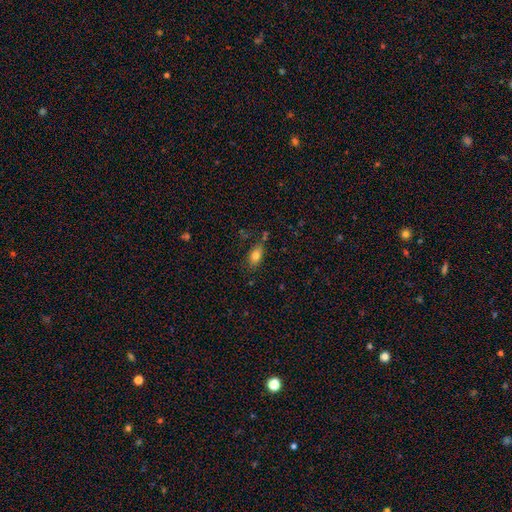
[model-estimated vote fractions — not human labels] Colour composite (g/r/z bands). It shows a smooth galaxy with no disk features (78%) that is in between round and cigar-shaped (85%). Merging: none (71%).